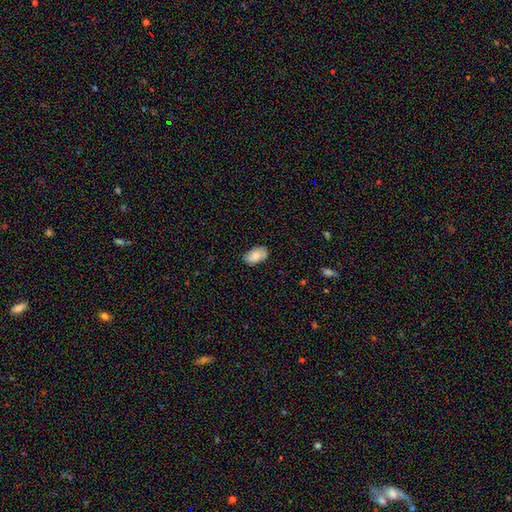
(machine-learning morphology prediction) This is likely a smooth galaxy (78%). How rounded: clearly in between (93%). Merging: likely none (79%).